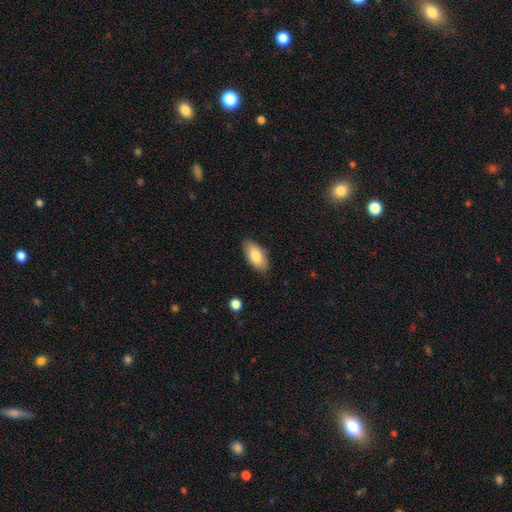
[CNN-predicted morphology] smooth-or-featured: smooth: 81% | featured or disk: 13% | star or artifact: 6%
  how-rounded: in between: 92% | cigar-shaped: 6% | round: 2%
  merging: none: 85% | minor disturbance: 12% | major disturbance: 2% | merger: 1%